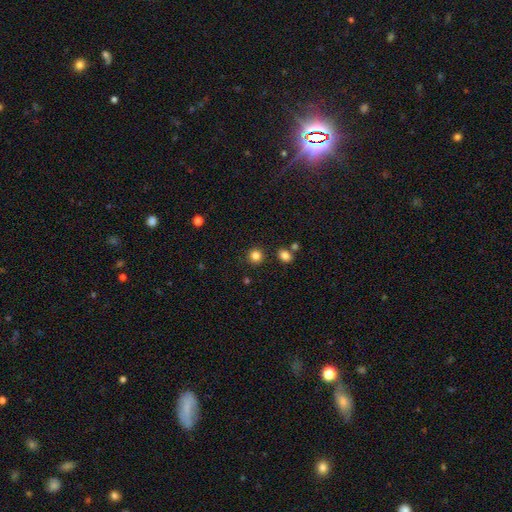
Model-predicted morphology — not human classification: This is clearly a smooth galaxy (83%). How rounded: clearly round (91%). Merging: clearly none (87%).